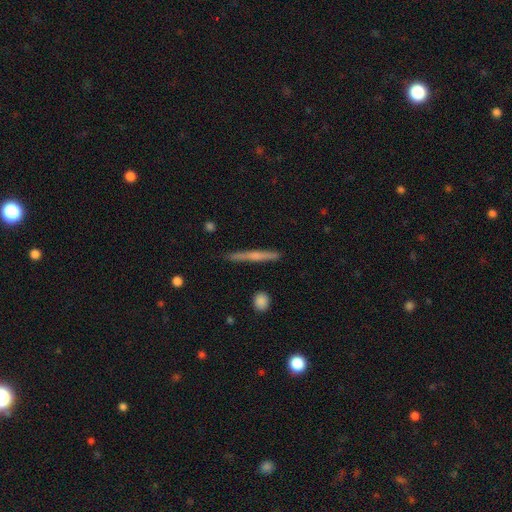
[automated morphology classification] This appears to be a featured or disk galaxy (49%). Merging: none (89%).